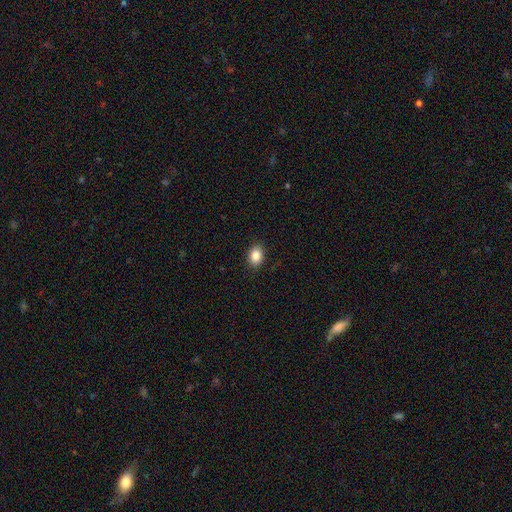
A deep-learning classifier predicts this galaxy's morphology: type=smooth (87%); roundness=in between (69%); merging=none (89%).